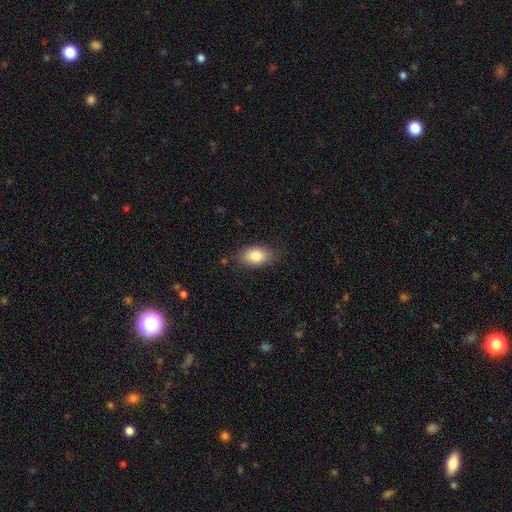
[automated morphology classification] Overall: smooth (85%). How rounded: in between (89%). Merging: none (80%).